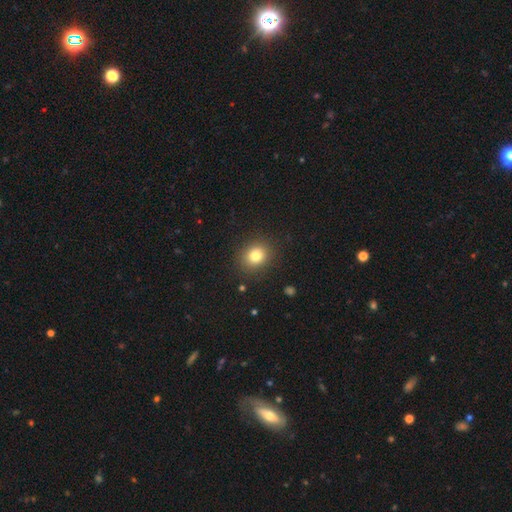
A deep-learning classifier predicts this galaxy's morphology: This appears to be a smooth galaxy with no disk features (80%) that is round (73%). Merging: none (89%).